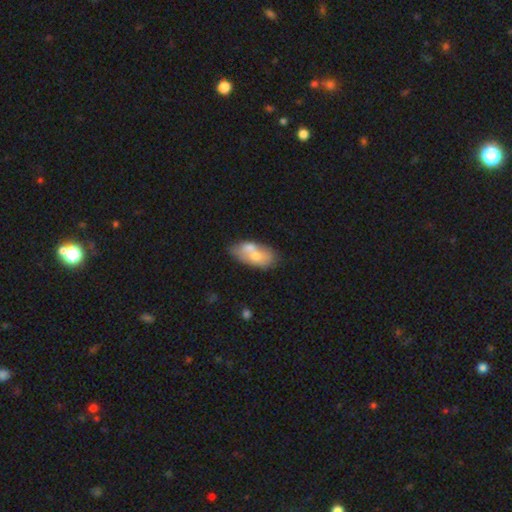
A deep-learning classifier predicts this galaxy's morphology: A smooth galaxy with no disk features (57%) that is in between round and cigar-shaped (90%).

Vote fractions:
- Smooth or featured? smooth: 57% / featured or disk: 36% / star or artifact: 7%
- How rounded? in between: 90% / cigar-shaped: 5% / round: 5%
- Merging? merger: 41% / none: 35% / minor disturbance: 17% / major disturbance: 7%